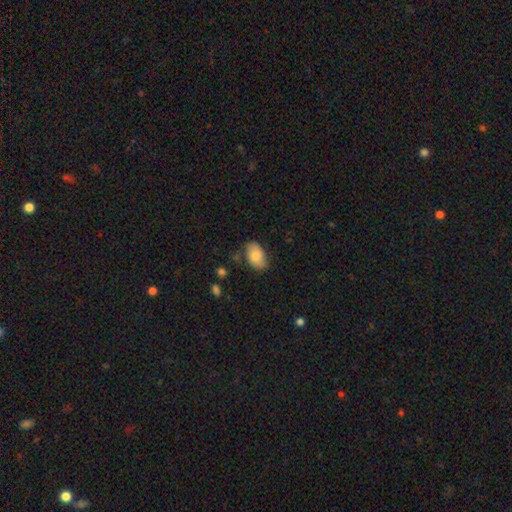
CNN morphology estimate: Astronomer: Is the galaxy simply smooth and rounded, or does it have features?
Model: smooth — 80%.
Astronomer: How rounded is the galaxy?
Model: in between — 92%.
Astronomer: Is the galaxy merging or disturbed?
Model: none — 70%.